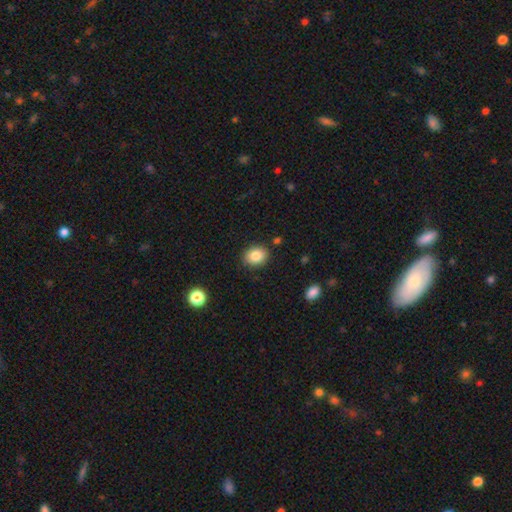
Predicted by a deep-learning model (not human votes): This appears to be a smooth galaxy with no disk features (85%) that is round (51%). Merging: none (86%).